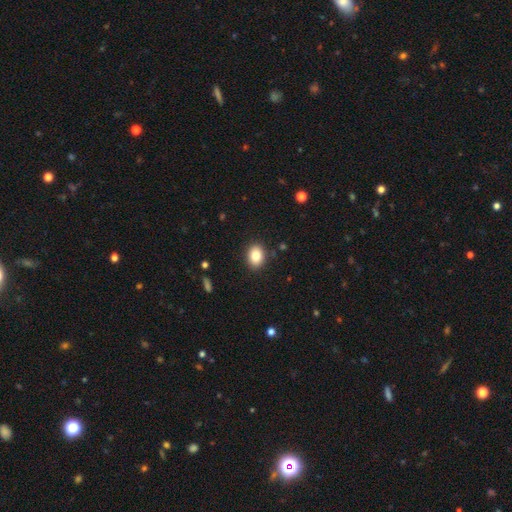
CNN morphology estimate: A smooth galaxy with no disk features (84%) that is in between round and cigar-shaped (66%). Merging: none (89%).